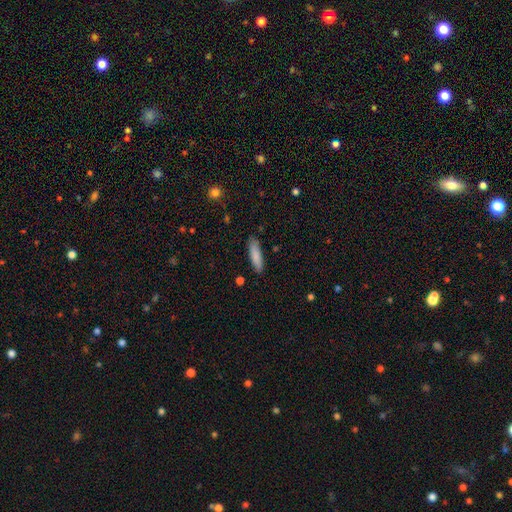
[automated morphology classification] Smooth or featured? Predicted: smooth (p=0.85). How rounded? Predicted: cigar-shaped (p=0.64). Merging? Predicted: none (p=0.86).